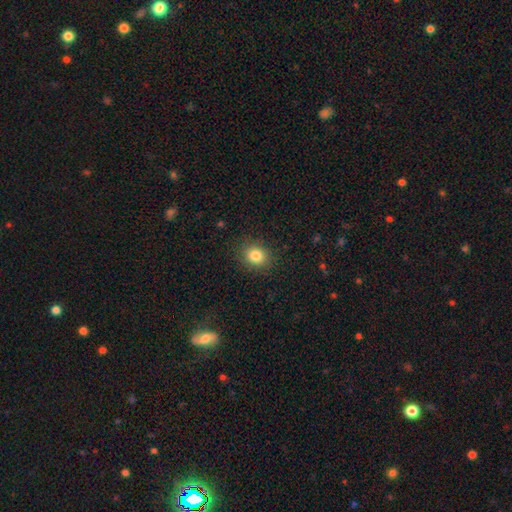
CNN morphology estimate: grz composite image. It shows a smooth galaxy with no disk features (83%) that is round (69%). Merging: none (88%).